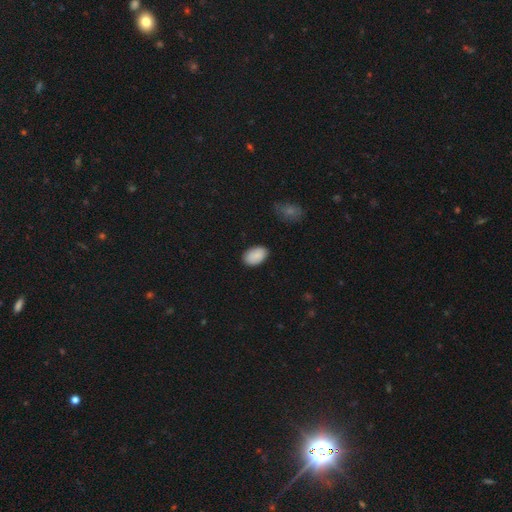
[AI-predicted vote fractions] Morphology: type=smooth (88%); roundness=in between (93%); merging=none (85%).